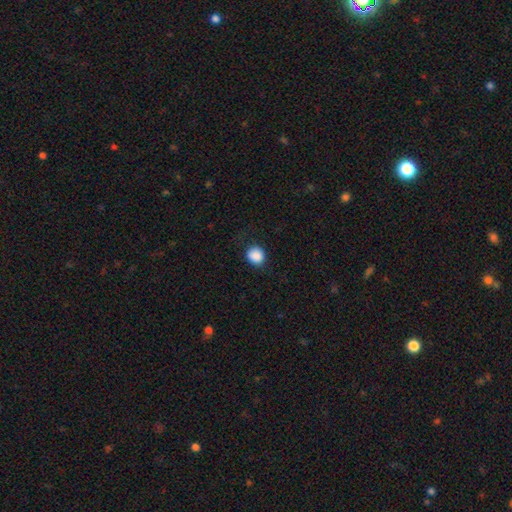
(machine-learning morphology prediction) A smooth galaxy with no disk features (89%) that is round (79%).

Vote fractions:
- Smooth or featured? smooth: 89% / star or artifact: 8% / featured or disk: 3%
- How rounded? round: 79% / in between: 20% / cigar-shaped: 1%
- Merging? none: 85% / minor disturbance: 11% / major disturbance: 4% / merger: 1%